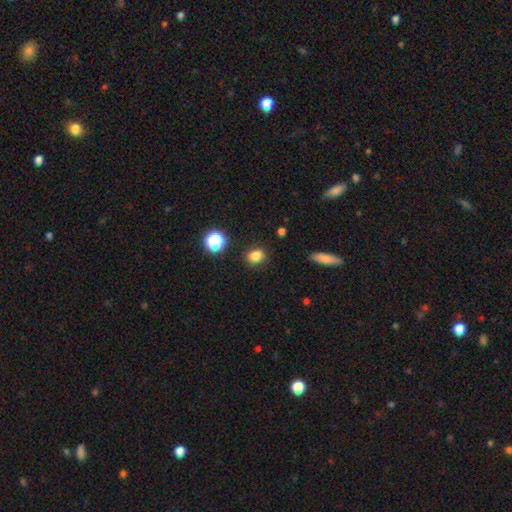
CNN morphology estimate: Smooth or featured? smooth (82%)
How rounded? round (55%)
Merging? none (87%)